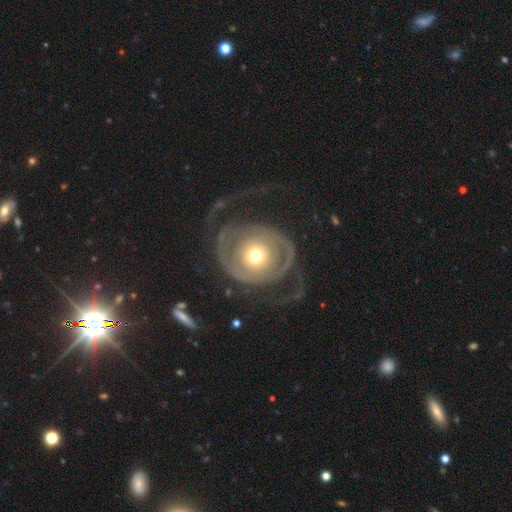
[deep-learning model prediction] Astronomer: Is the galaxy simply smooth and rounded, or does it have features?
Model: featured or disk — 77%.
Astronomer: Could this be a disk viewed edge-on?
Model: no — 97%.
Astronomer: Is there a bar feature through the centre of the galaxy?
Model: no — 82%.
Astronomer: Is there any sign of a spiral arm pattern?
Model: yes — 75%.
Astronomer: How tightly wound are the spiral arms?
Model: tight — 36% (runner-up: loose, 33%).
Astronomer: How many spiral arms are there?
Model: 2 — 62%.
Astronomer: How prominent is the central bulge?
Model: moderate — 63%.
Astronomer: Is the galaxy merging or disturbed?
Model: none — 47% (runner-up: major disturbance, 36%).